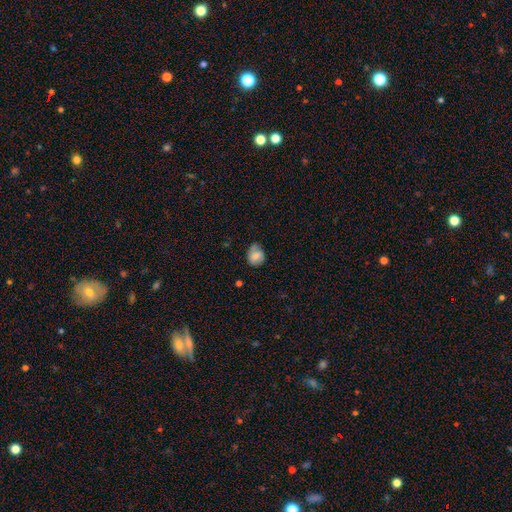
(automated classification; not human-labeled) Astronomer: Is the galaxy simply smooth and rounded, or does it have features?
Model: smooth — 73%.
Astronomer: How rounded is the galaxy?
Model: round — 61% (runner-up: in between, 38%).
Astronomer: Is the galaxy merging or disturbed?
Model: none — 55% (runner-up: minor disturbance, 33%).